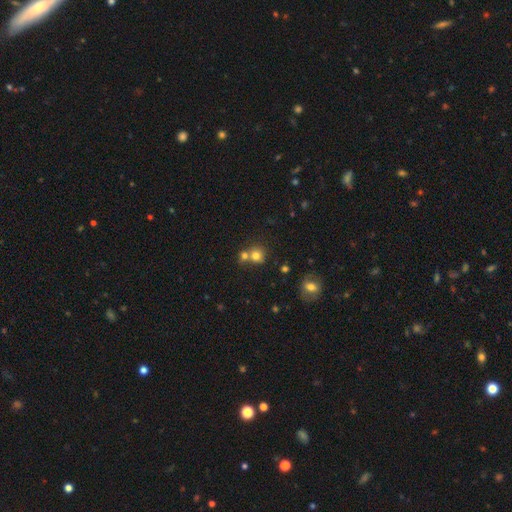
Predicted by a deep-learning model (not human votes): smooth-or-featured: smooth: 75% | star or artifact: 14% | featured or disk: 10%
  how-rounded: round: 86% | in between: 13% | cigar-shaped: 1%
  merging: none: 51% | merger: 38% | minor disturbance: 8% | major disturbance: 3%